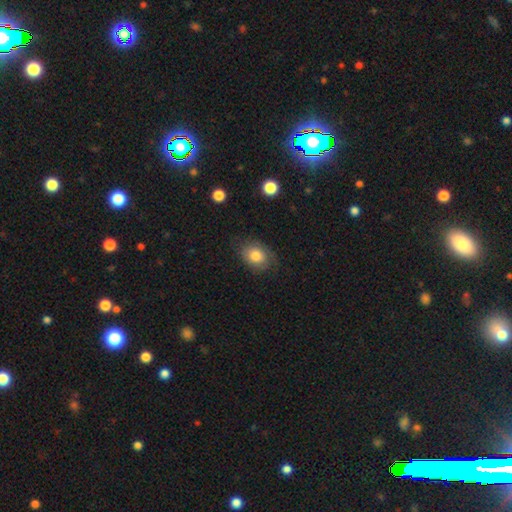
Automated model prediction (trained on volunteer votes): Smooth or featured? smooth (79%)
How rounded? in between (62%)
Merging? none (74%)